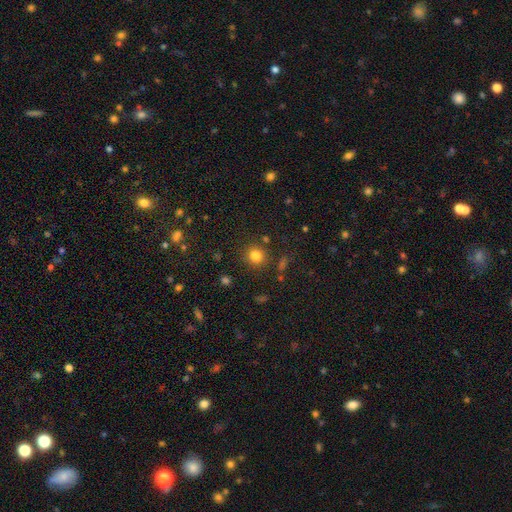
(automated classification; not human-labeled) Smooth or featured? Predicted: smooth (p=0.80). How rounded? Predicted: round (p=0.90). Merging? Predicted: none (p=0.85).